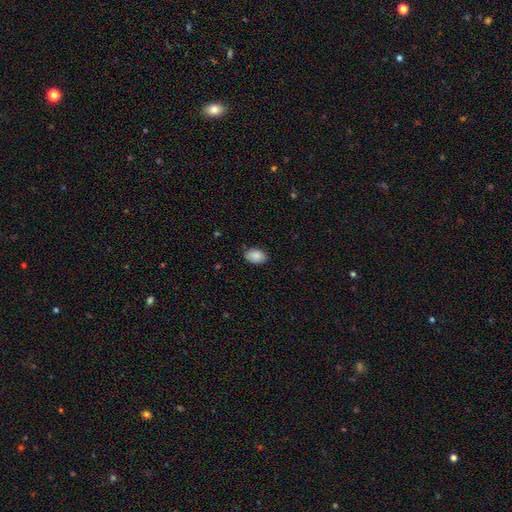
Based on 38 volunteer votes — Q: Smooth or featured?
A: smooth (89%); runner-up: star or artifact (8%)
Q: How rounded?
A: in between (85%); runner-up: round (12%)
Q: Merging?
A: none (86%); runner-up: minor disturbance (9%)